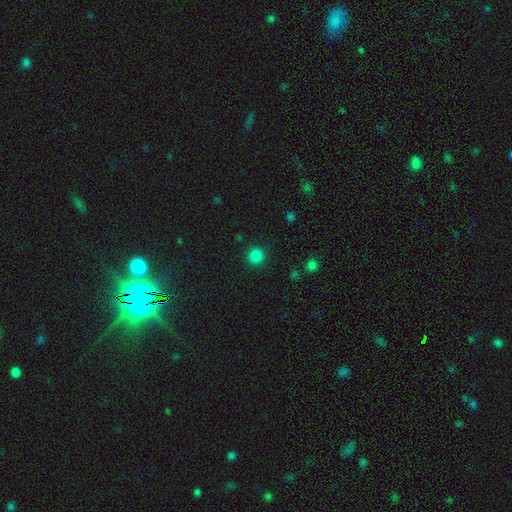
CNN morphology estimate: type=smooth (84%); roundness=round (94%); merging=none (91%).